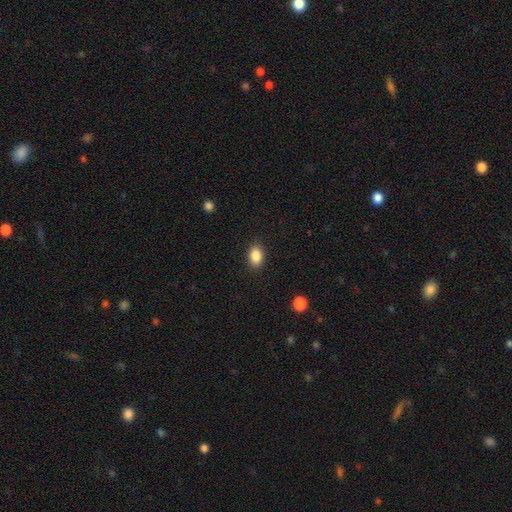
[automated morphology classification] Smooth or featured? smooth (88%)
How rounded? in between (85%)
Merging? none (88%)